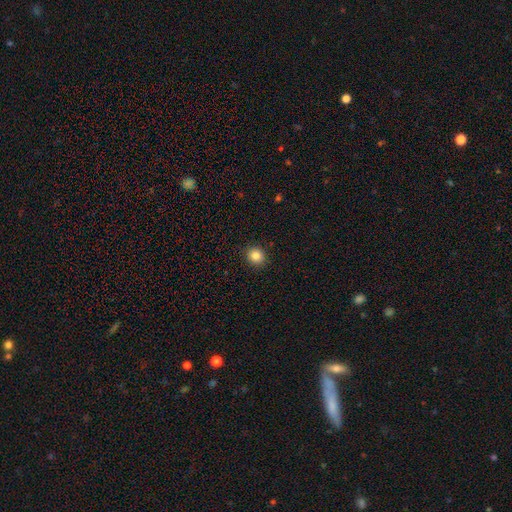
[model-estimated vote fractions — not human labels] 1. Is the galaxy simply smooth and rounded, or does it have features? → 84% smooth, 10% star or artifact, 5% featured or disk.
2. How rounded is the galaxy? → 84% round, 15% in between, 1% cigar-shaped.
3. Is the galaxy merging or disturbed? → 92% none, 5% minor disturbance, 2% major disturbance, 1% merger.